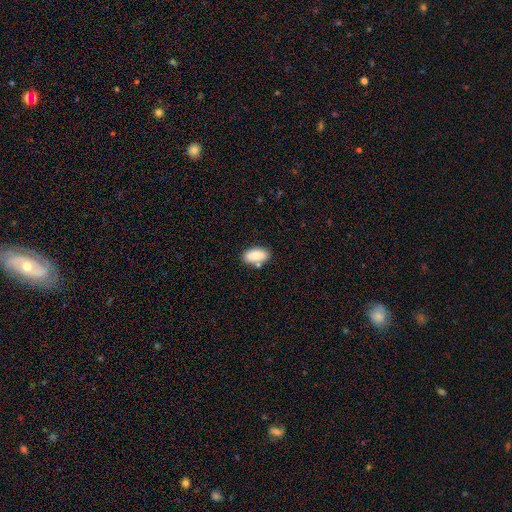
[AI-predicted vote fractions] This appears to be a smooth galaxy with no disk features (85%) that is in between round and cigar-shaped (90%). Merging: none (74%).